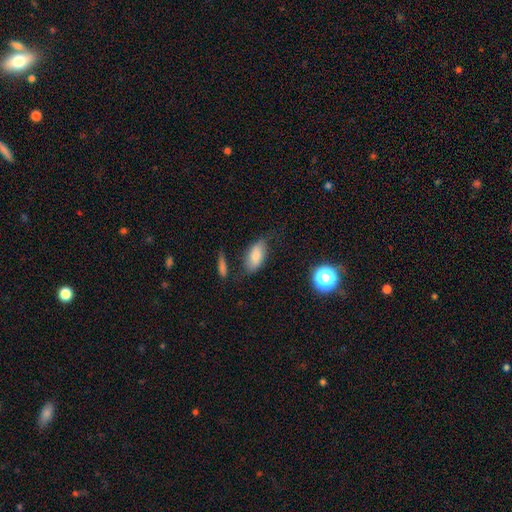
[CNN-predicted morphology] Overall: smooth (75%). How rounded: in between (90%). Merging: none (63%; minor disturbance 24%).